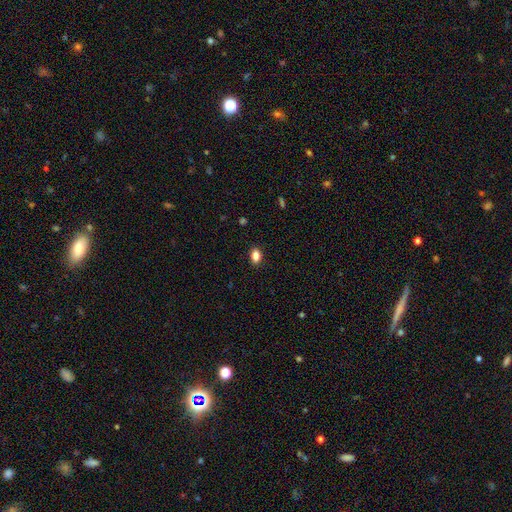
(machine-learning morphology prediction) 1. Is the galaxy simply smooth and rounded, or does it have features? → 85% smooth, 10% star or artifact, 5% featured or disk.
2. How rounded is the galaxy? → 82% in between, 16% round, 2% cigar-shaped.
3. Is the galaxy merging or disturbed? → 88% none, 9% minor disturbance, 2% major disturbance, 1% merger.